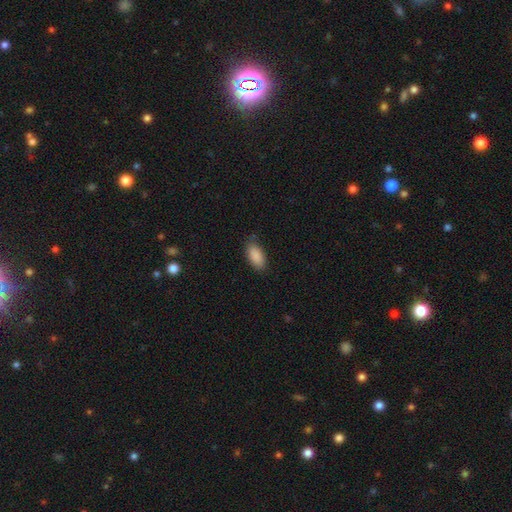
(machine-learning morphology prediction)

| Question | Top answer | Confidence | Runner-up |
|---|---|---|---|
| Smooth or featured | smooth | 89% | star or artifact (7%) |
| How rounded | in between | 92% | cigar-shaped (5%) |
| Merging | none | 80% | minor disturbance (16%) |